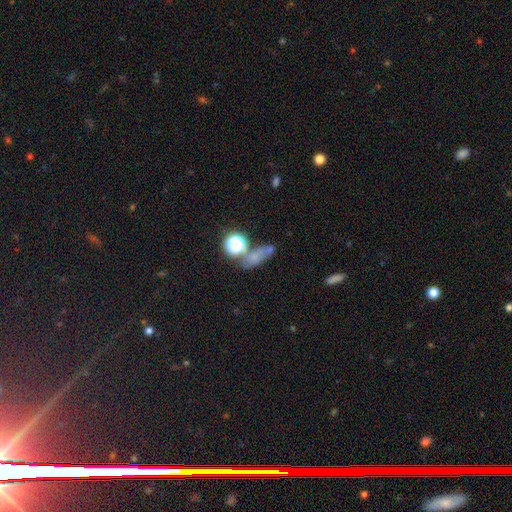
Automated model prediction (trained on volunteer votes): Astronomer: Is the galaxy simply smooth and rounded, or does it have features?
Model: smooth — 46% (runner-up: star or artifact, 36%).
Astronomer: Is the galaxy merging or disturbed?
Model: none — 48%.